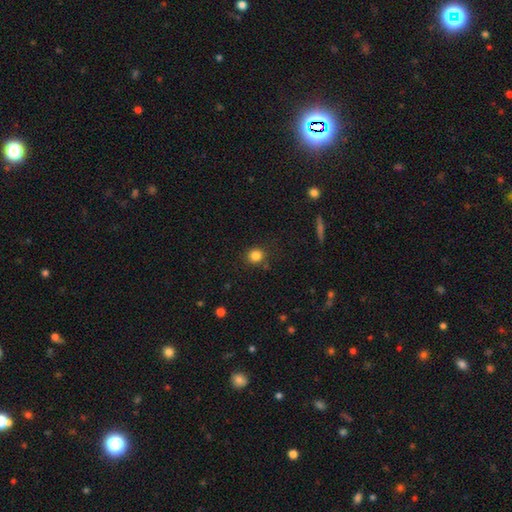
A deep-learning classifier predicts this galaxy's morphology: The model was most divided on "smooth or featured": smooth: 83%, star or artifact: 12%, featured or disk: 5%. More confident: how rounded — round (89%); merging — none (85%).